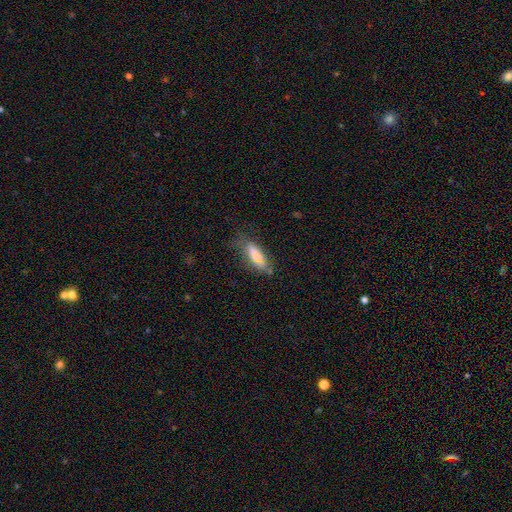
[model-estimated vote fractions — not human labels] The model was most divided on "how rounded" (2-way tie): cigar-shaped: 49%, in between: 49%, round: 2%. More confident: smooth or featured — smooth (76%); merging — none (56%).